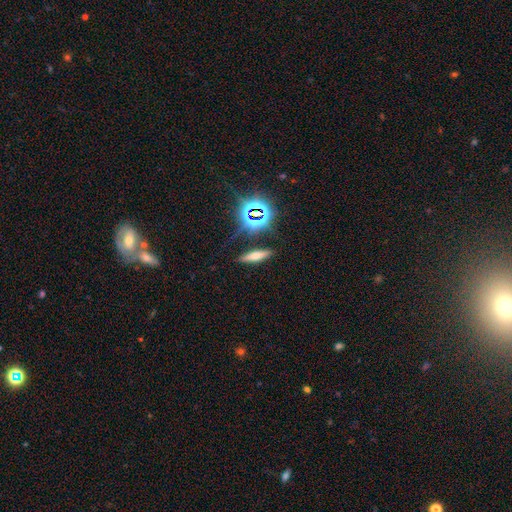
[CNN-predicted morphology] Smooth or featured: smooth — 51% (featured or disk — 26%)
How rounded: cigar-shaped — 69% (in between — 25%)
Merging: none — 84% (minor disturbance — 10%)